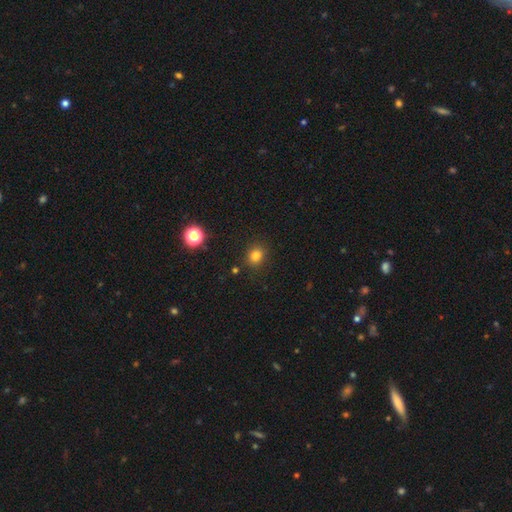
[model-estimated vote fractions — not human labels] Smooth or featured? smooth (80%)
How rounded? round (74%)
Merging? none (87%)